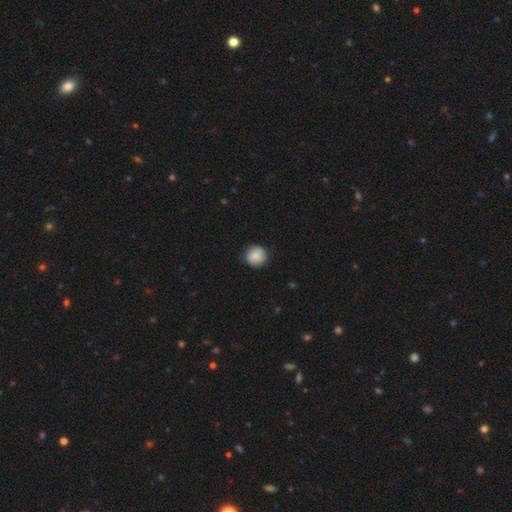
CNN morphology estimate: This is clearly a smooth galaxy (86%). How rounded: clearly round (93%). Merging: clearly none (87%).